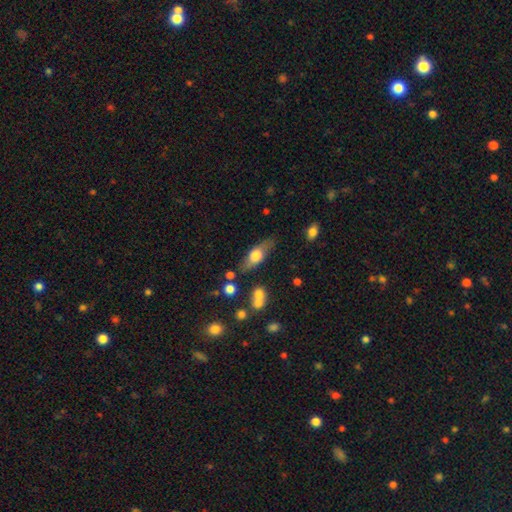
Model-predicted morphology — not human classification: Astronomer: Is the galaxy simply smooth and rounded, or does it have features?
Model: smooth — 59% (runner-up: featured or disk, 35%).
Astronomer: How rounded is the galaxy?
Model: in between — 66%.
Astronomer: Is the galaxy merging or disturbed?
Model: none — 71%.